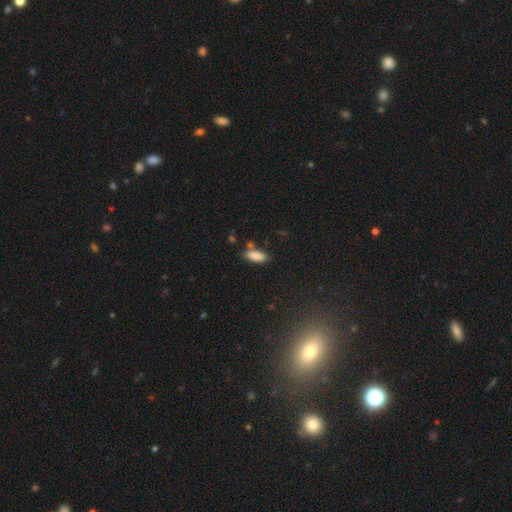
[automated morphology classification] Smooth or featured? smooth (86%)
How rounded? in between (79%)
Merging? none (67%)